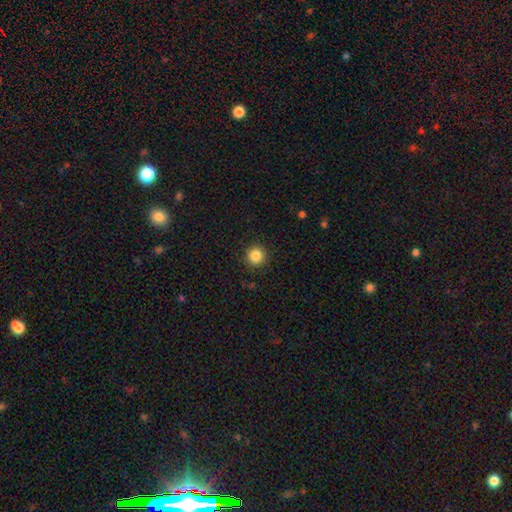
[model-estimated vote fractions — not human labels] smooth-or-featured: smooth: 85% | star or artifact: 11% | featured or disk: 4%
  how-rounded: round: 95% | in between: 4% | cigar-shaped: 1%
  merging: none: 91% | minor disturbance: 6% | major disturbance: 2% | merger: 1%